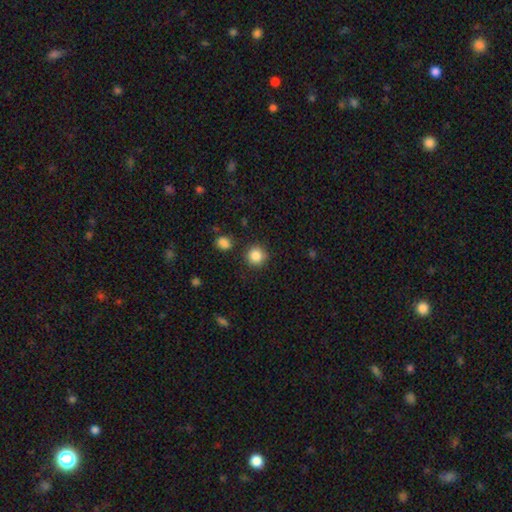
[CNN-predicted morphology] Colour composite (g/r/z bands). It shows a smooth galaxy with no disk features (86%) that is round (92%). Merging: none (87%).